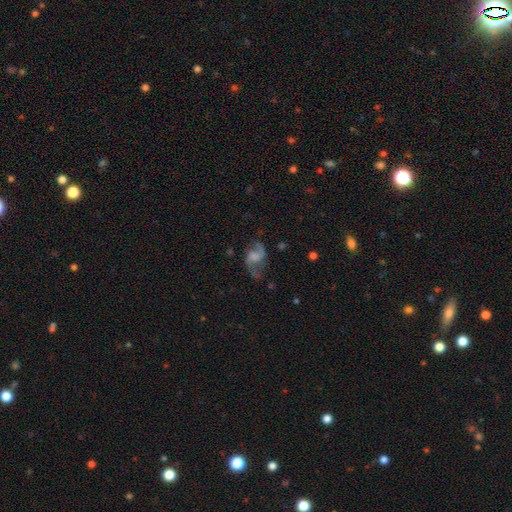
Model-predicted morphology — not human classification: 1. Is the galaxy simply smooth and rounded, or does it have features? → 78% featured or disk, 13% smooth, 9% star or artifact.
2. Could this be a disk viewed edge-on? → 97% no, 3% yes.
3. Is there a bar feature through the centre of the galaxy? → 46% weak, 43% no, 11% strong.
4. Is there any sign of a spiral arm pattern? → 93% yes, 7% no.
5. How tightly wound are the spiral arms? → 63% loose, 31% medium, 6% tight.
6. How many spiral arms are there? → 90% 2, 4% 1, 3% can't tell, 1% 3, 1% 4, 1% more than 4.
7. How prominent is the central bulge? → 37% none, 24% moderate, 23% small, 13% large, 2% dominant.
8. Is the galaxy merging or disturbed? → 63% none, 18% minor disturbance, 16% major disturbance, 3% merger.